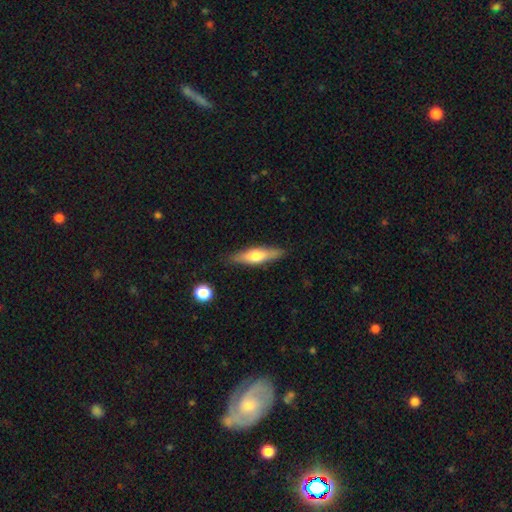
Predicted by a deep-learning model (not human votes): A smooth galaxy with no disk features (51%) that is cigar-shaped (70%).

Vote fractions:
- Smooth or featured? smooth: 51% / featured or disk: 43% / star or artifact: 6%
- How rounded? cigar-shaped: 70% / in between: 27% / round: 2%
- Merging? none: 86% / minor disturbance: 10% / major disturbance: 2% / merger: 2%